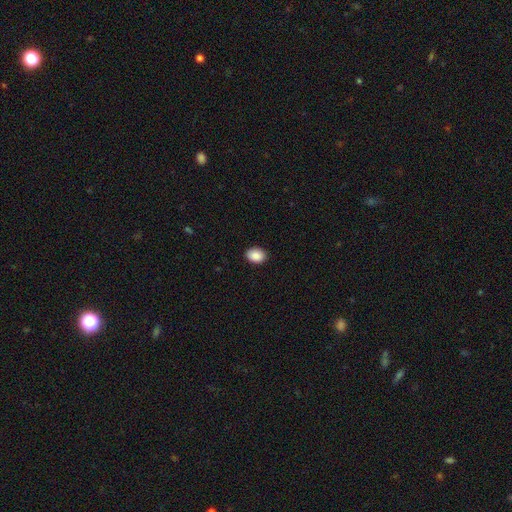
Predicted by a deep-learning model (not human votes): A smooth galaxy with no disk features (90%) that is in between round and cigar-shaped (76%).

Vote fractions:
- Smooth or featured? smooth: 90% / star or artifact: 7% / featured or disk: 3%
- How rounded? in between: 76% / round: 23% / cigar-shaped: 1%
- Merging? none: 91% / minor disturbance: 7% / major disturbance: 2% / merger: 1%